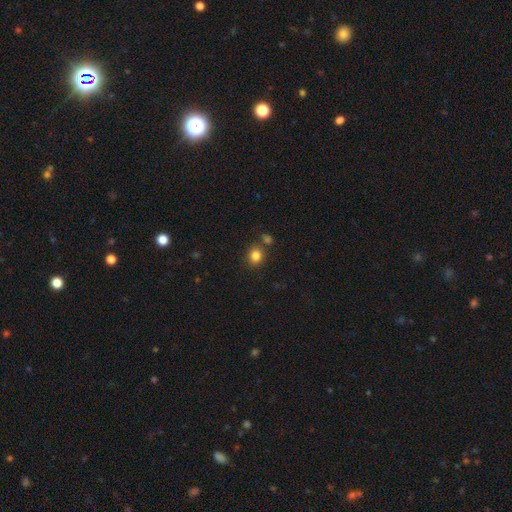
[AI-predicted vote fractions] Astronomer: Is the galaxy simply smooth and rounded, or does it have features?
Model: smooth — 83%.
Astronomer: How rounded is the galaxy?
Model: round — 72%.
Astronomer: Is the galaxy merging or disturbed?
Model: none — 76%.